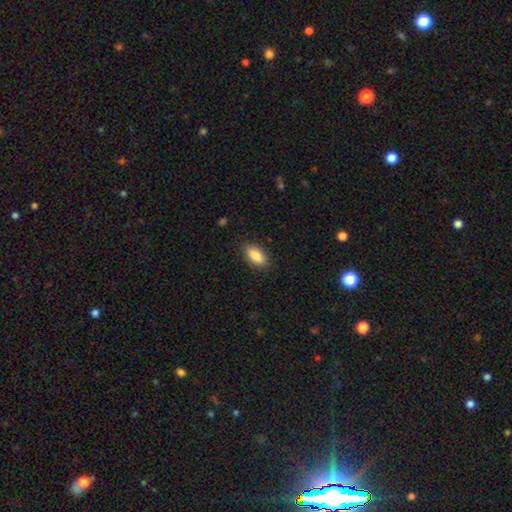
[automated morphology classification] Smooth or featured? Predicted: smooth (p=0.86). How rounded? Predicted: in between (p=0.87). Merging? Predicted: none (p=0.87).